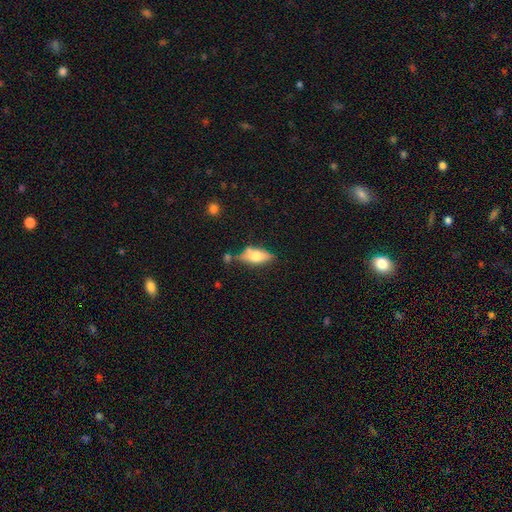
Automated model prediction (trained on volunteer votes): A smooth galaxy with no disk features (62%) that is in between round and cigar-shaped (78%). Merging: none (59%).